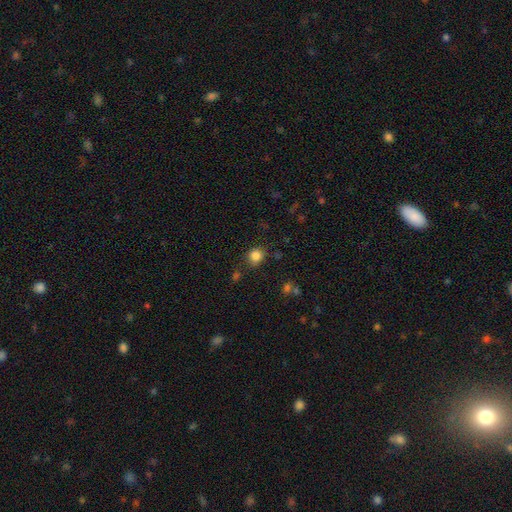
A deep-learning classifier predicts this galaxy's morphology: Smooth or featured: smooth — 84% (star or artifact — 12%)
How rounded: round — 80% (in between — 19%)
Merging: none — 76% (minor disturbance — 15%)